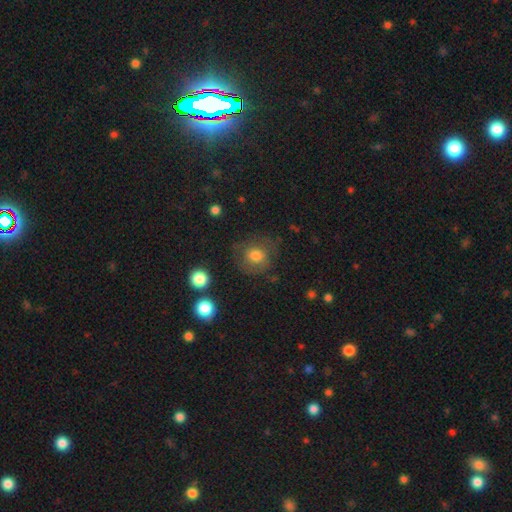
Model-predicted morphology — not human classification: type=smooth (71%); roundness=round (82%); merging=none (67%).